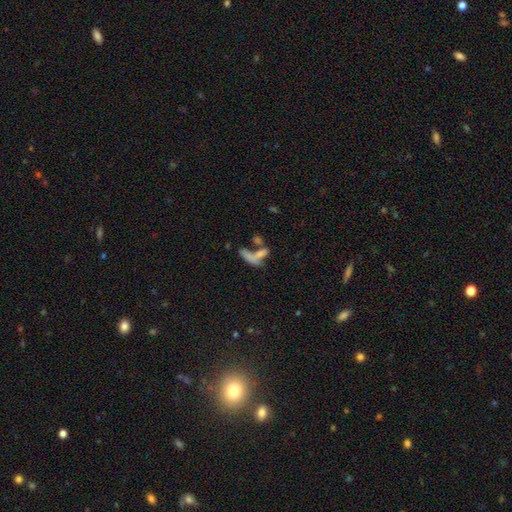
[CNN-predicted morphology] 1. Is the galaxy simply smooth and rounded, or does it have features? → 54% smooth, 29% featured or disk, 17% star or artifact.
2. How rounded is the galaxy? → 52% in between, 40% cigar-shaped, 8% round.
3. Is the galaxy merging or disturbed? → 53% merger, 23% none, 15% major disturbance, 9% minor disturbance.